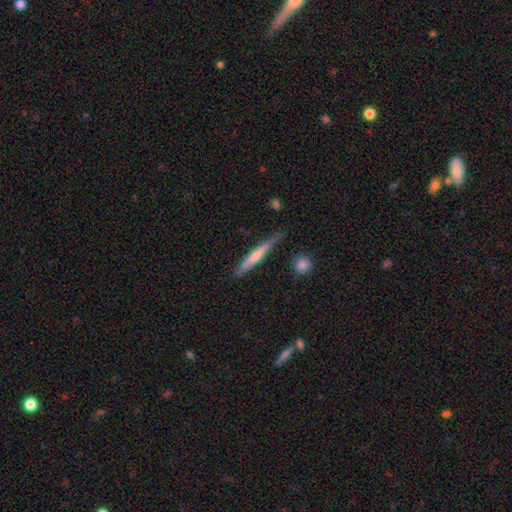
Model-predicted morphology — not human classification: smooth-or-featured: smooth: 48% | featured or disk: 46% | star or artifact: 6%
  merging: none: 81% | minor disturbance: 14% | major disturbance: 2% | merger: 2%